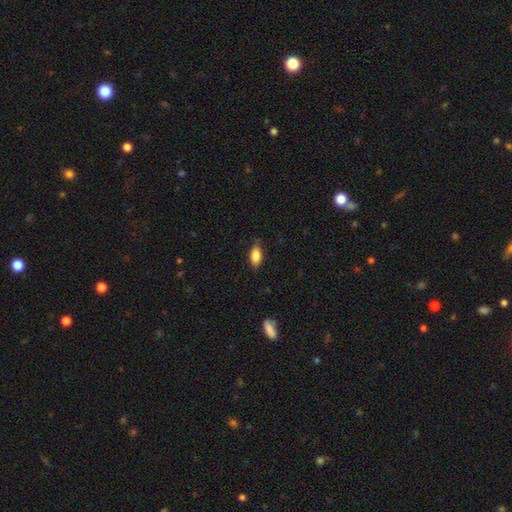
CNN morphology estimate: The model was most divided on "merging": none: 75%, minor disturbance: 20%, major disturbance: 4%, merger: 1%. More confident: how rounded — in between (85%); smooth or featured — smooth (79%).